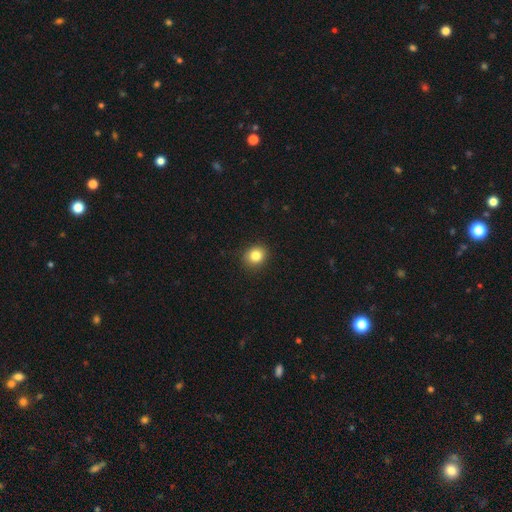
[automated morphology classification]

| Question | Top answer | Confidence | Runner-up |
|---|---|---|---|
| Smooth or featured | smooth | 84% | star or artifact (11%) |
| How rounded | round | 75% | in between (24%) |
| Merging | none | 90% | minor disturbance (7%) |